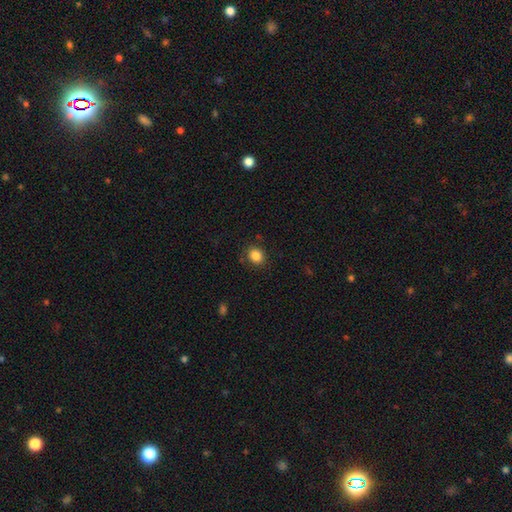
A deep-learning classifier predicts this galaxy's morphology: smooth-or-featured: smooth: 85% | star or artifact: 10% | featured or disk: 4%
  how-rounded: round: 70% | in between: 30% | cigar-shaped: 1%
  merging: none: 86% | minor disturbance: 9% | major disturbance: 3% | merger: 2%